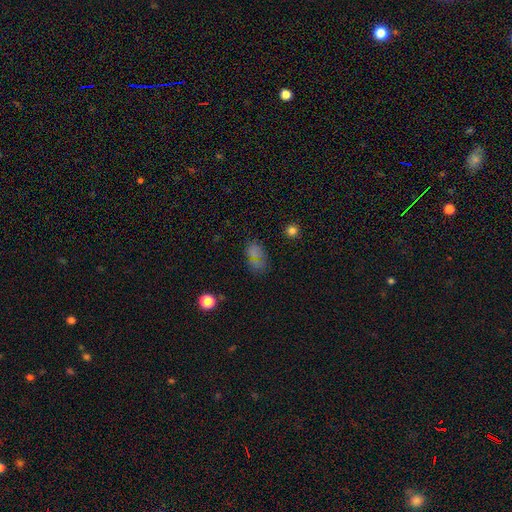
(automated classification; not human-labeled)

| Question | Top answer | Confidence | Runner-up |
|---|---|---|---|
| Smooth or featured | smooth | 54% | star or artifact (30%) |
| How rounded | in between | 74% | round (23%) |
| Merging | none | 59% | minor disturbance (19%) |